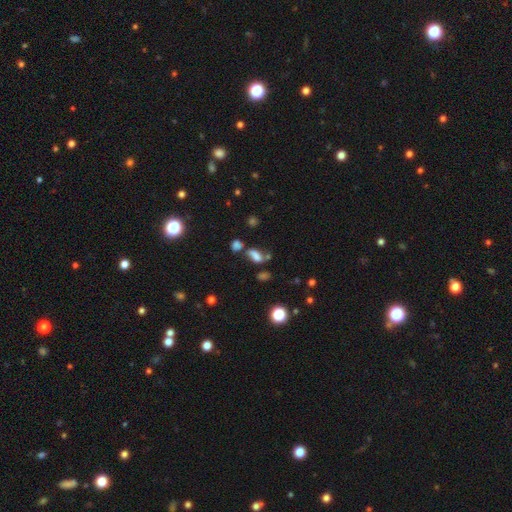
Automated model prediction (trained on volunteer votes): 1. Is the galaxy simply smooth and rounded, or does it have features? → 60% smooth, 21% featured or disk, 20% star or artifact.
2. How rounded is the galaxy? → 77% in between, 11% cigar-shaped, 11% round.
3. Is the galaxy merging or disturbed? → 45% none, 25% merger, 19% minor disturbance, 12% major disturbance.